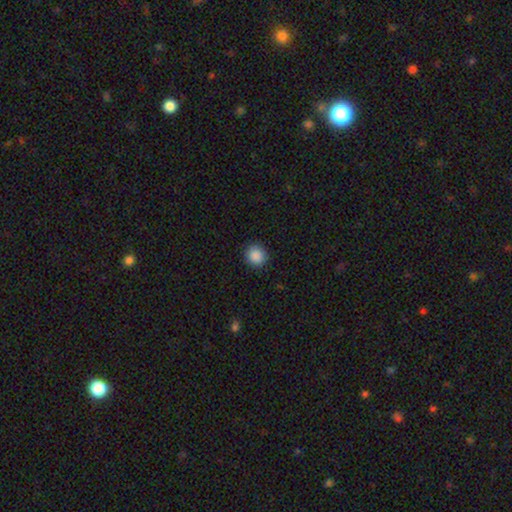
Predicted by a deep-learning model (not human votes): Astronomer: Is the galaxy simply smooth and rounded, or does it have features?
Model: smooth — 89%.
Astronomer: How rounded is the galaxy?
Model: round — 90%.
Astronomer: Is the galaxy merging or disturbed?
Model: none — 90%.